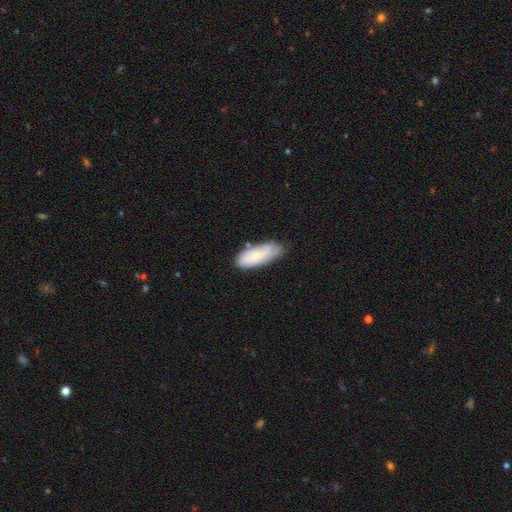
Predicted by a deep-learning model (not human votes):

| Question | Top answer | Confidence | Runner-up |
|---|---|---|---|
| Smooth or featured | smooth | 58% | featured or disk (36%) |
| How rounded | in between | 79% | cigar-shaped (19%) |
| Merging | none | 63% | minor disturbance (27%) |